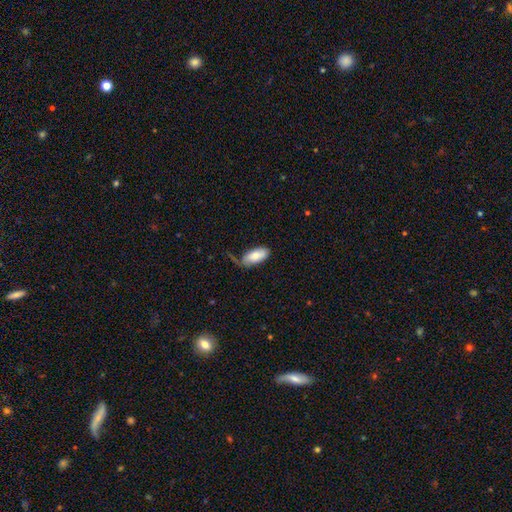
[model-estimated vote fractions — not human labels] Overall: smooth (80%). How rounded: in between (92%). Merging: none (51%; minor disturbance 32%).